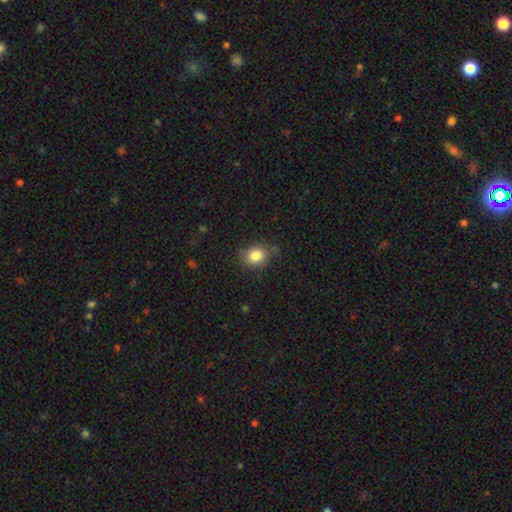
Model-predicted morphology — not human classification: Smooth or featured: smooth — 84% (star or artifact — 10%)
How rounded: round — 56% (in between — 43%)
Merging: none — 79% (minor disturbance — 16%)